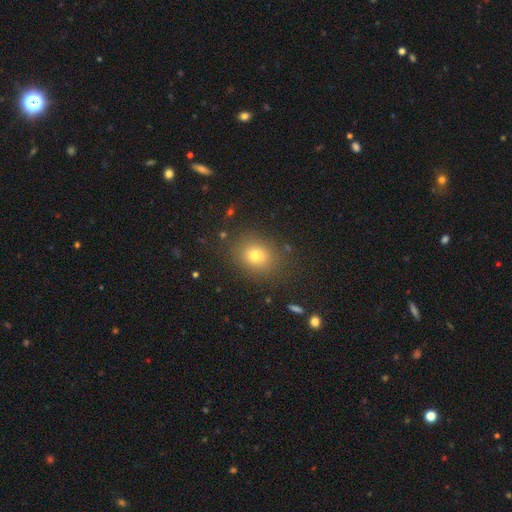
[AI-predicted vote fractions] Smooth or featured? Predicted: smooth (p=0.75). How rounded? Predicted: round (p=0.61). Merging? Predicted: none (p=0.84).